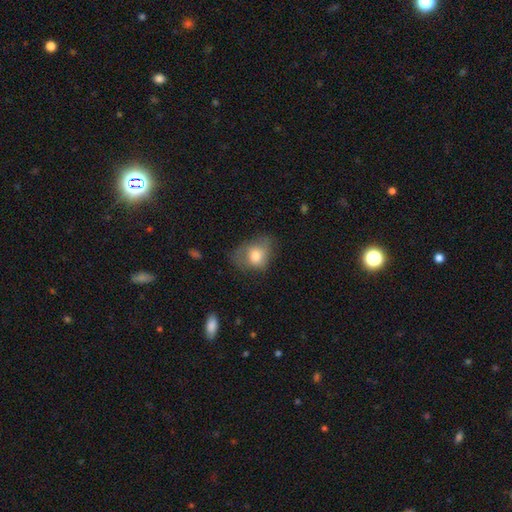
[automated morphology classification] Overall: smooth (72%). How rounded: in between (59%; round 39%). Merging: none (40%; minor disturbance 35%).